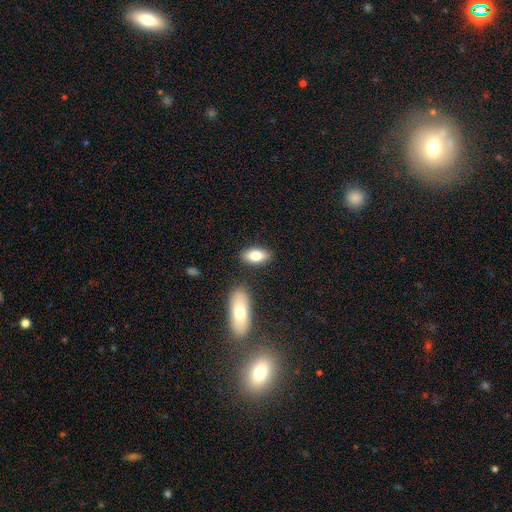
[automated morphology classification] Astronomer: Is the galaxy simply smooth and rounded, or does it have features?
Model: smooth — 78%.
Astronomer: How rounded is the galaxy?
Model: in between — 90%.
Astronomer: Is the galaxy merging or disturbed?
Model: none — 82%.